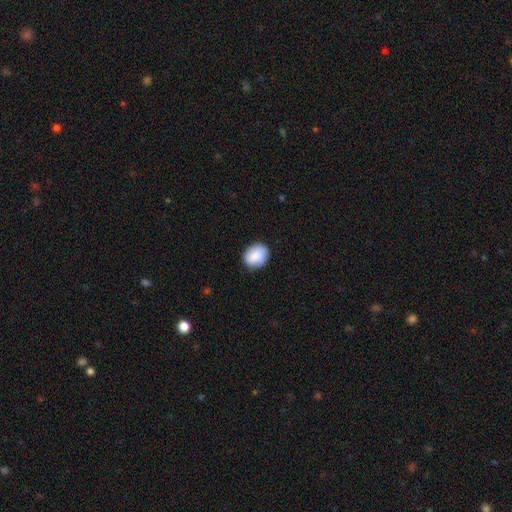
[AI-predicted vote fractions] Smooth or featured?
  - smooth: 84% *
  - featured or disk: 9%
  - star or artifact: 7%
How rounded?
  - round: 57% *
  - in between: 42%
  - cigar-shaped: 1%
Merging?
  - none: 84% *
  - minor disturbance: 12%
  - major disturbance: 3%
  - merger: 1%